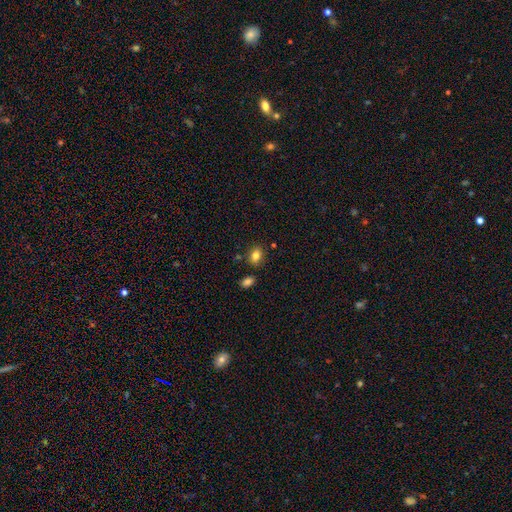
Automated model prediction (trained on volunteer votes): A smooth galaxy with no disk features (82%) that is in between round and cigar-shaped (75%).

Vote fractions:
- Smooth or featured? smooth: 82% / star or artifact: 10% / featured or disk: 8%
- How rounded? in between: 75% / round: 24% / cigar-shaped: 2%
- Merging? none: 80% / minor disturbance: 12% / merger: 6% / major disturbance: 3%